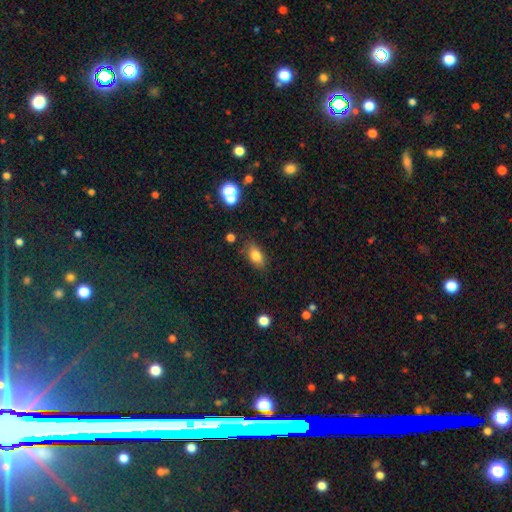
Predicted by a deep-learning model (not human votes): The model was most divided on "merging": none: 80%, minor disturbance: 13%, major disturbance: 3%, merger: 3%. More confident: how rounded — in between (85%); smooth or featured — smooth (79%).